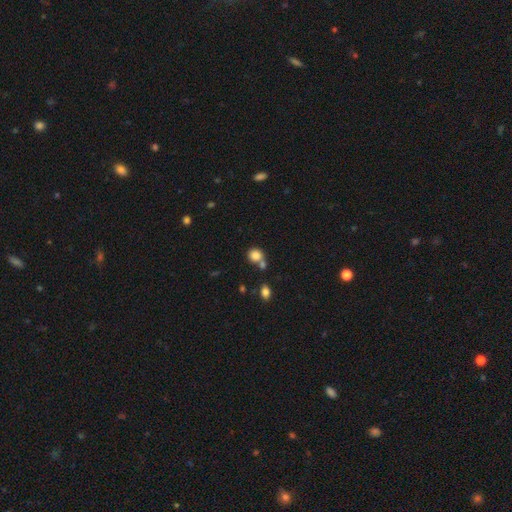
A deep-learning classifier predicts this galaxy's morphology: Q: Smooth or featured?
A: smooth (84%); runner-up: star or artifact (10%)
Q: How rounded?
A: round (80%); runner-up: in between (19%)
Q: Merging?
A: none (52%); runner-up: merger (32%)